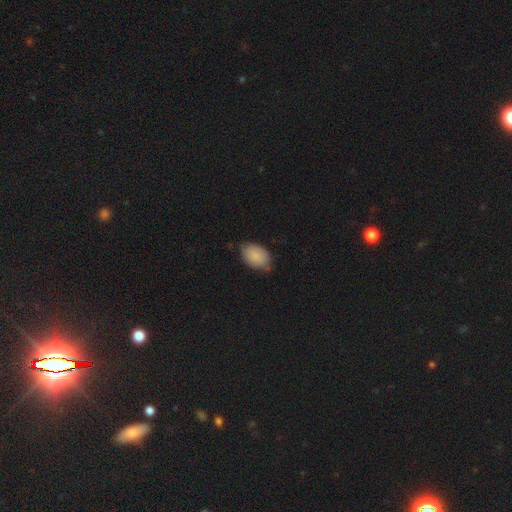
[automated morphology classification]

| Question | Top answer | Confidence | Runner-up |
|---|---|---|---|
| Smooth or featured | smooth | 86% | featured or disk (8%) |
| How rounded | in between | 87% | round (12%) |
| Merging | none | 66% | minor disturbance (28%) |